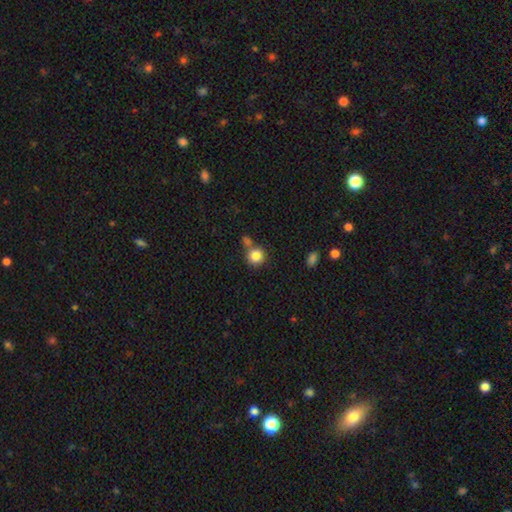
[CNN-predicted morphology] A smooth galaxy with no disk features (84%) that is round (90%). Merging: none (61%).